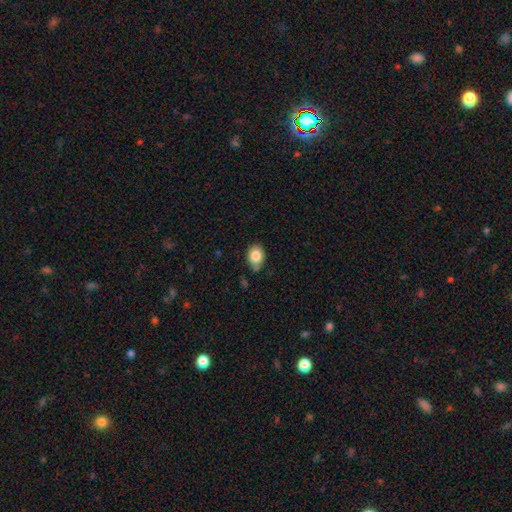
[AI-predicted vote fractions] Smooth or featured: smooth — 84% (star or artifact — 8%)
How rounded: in between — 63% (round — 36%)
Merging: none — 72% (minor disturbance — 19%)